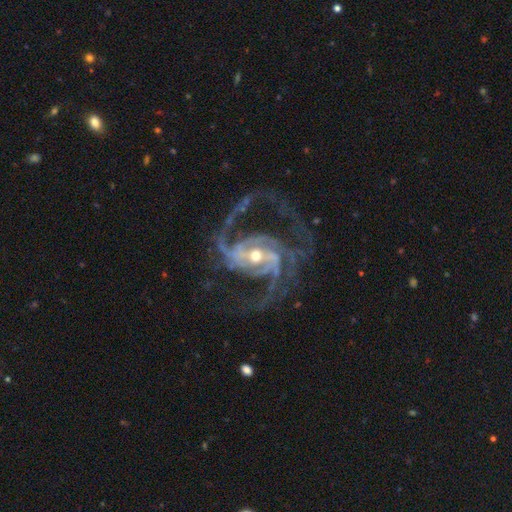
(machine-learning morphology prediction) type=featured or disk (93%); edge-on=no (98%); bar=strong (41%); spiral arms=yes (98%); winding=medium (57%); arm count=2 (36%); bulge=moderate (53%); merging=none (65%).